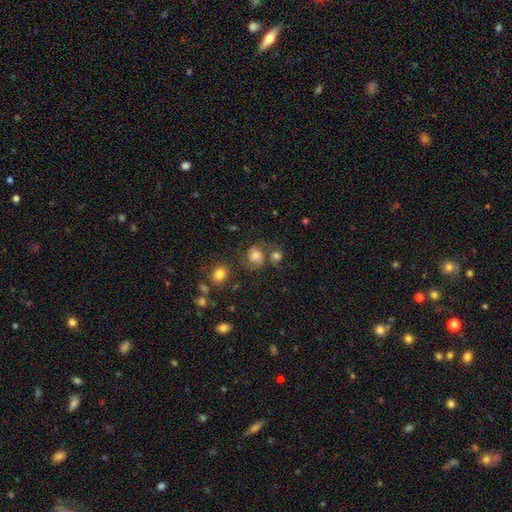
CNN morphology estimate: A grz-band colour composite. It shows a smooth galaxy with no disk features (52%) that is round (72%). Merging: none (52%).